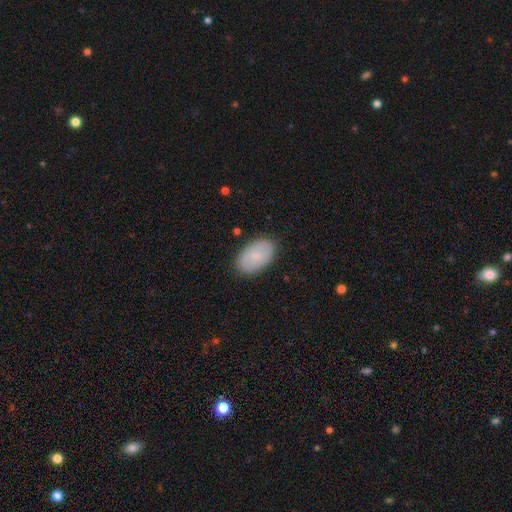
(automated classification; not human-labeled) Smooth or featured? Predicted: smooth (p=0.69). How rounded? Predicted: in between (p=0.92). Merging? Predicted: none (p=0.86).